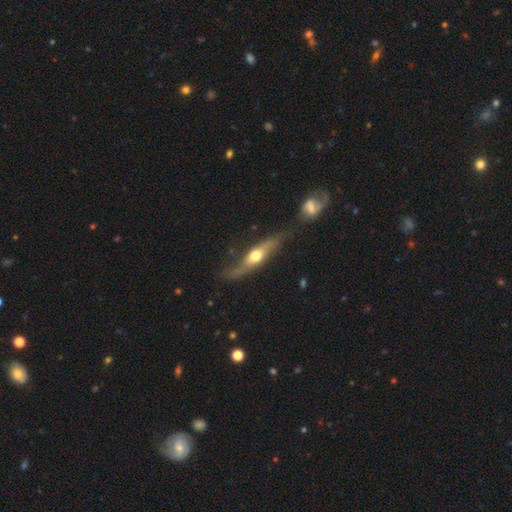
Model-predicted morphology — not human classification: A featured or disk galaxy (64%) viewed edge-on (77%).

Vote fractions:
- Smooth or featured? featured or disk: 64% / smooth: 31% / star or artifact: 6%
- Edge-on disk? yes: 77% / no: 23%
- Merging? none: 62% / minor disturbance: 22% / major disturbance: 10% / merger: 6%